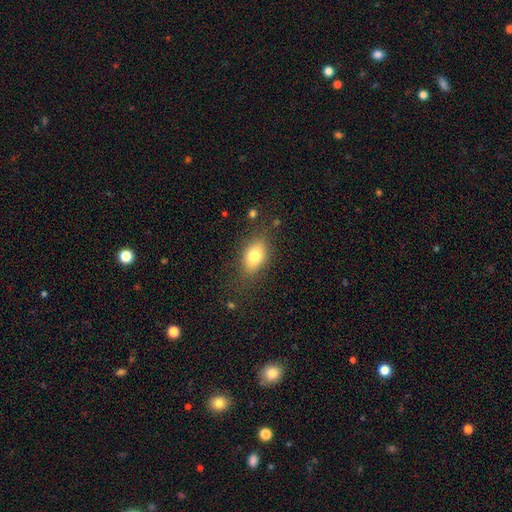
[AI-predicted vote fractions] smooth 77%, featured or disk 14%, star or artifact 9%. Down the decision tree: how rounded — in between (84%); merging — none (77%).